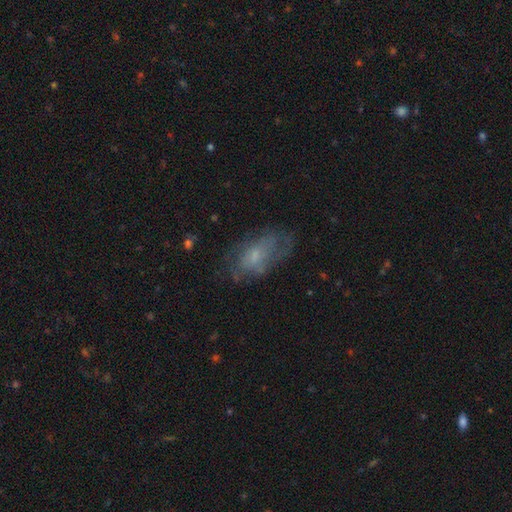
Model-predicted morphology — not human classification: Q: Smooth or featured?
A: featured or disk (45%); tied with: smooth (45%)
Q: Merging?
A: none (56%); runner-up: minor disturbance (25%)